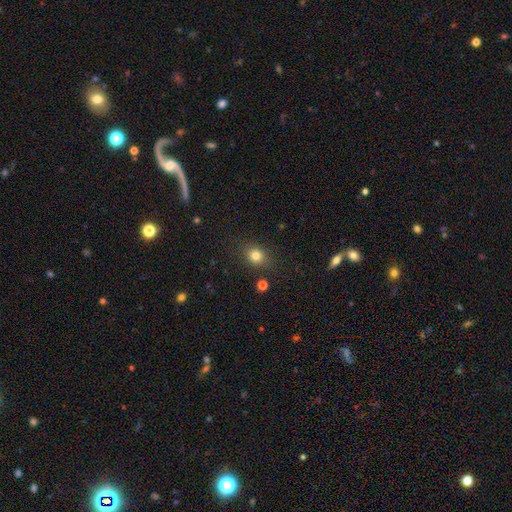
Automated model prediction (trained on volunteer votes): A smooth galaxy with no disk features (80%) that is round (70%).

Vote fractions:
- Smooth or featured? smooth: 80% / star or artifact: 13% / featured or disk: 7%
- How rounded? round: 70% / in between: 29% / cigar-shaped: 1%
- Merging? none: 84% / minor disturbance: 11% / major disturbance: 4% / merger: 2%